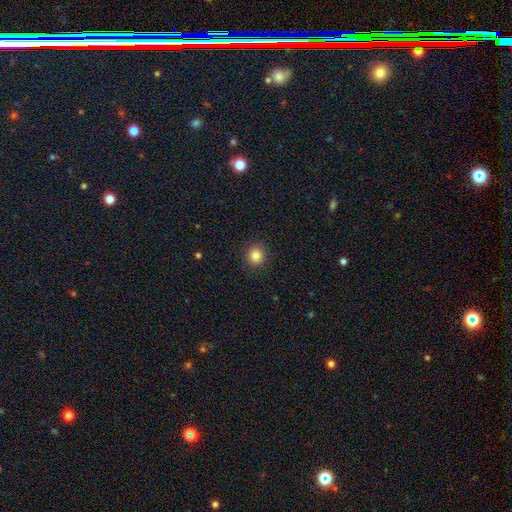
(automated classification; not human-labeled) Q: Smooth or featured?
A: smooth (83%); runner-up: star or artifact (11%)
Q: How rounded?
A: round (91%); runner-up: in between (8%)
Q: Merging?
A: none (91%); runner-up: minor disturbance (6%)